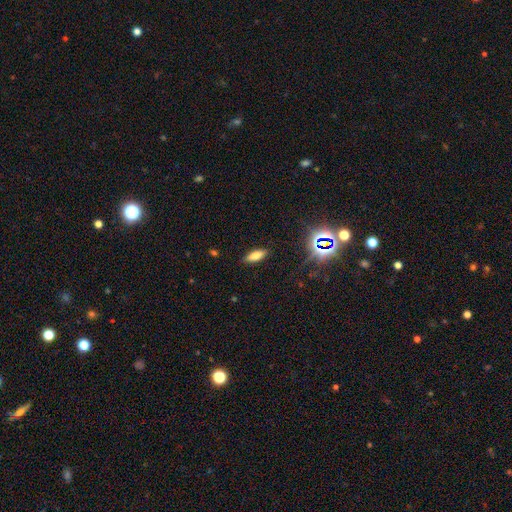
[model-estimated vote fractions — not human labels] This is likely a smooth galaxy (70%). How rounded: likely in between (64%). Merging: clearly none (87%).